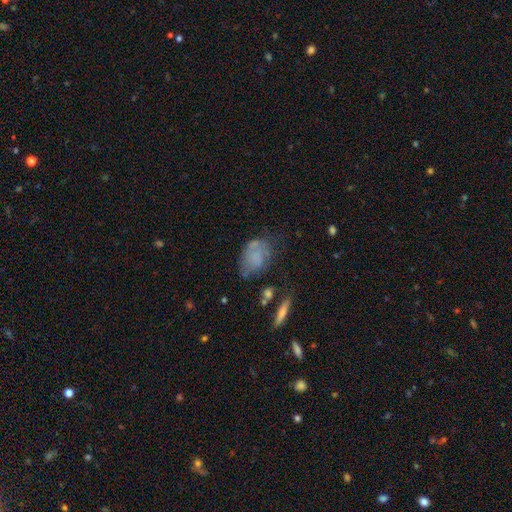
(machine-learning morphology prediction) smooth_or_featured: smooth (p=0.57) [alt: featured or disk p=0.31]
how_rounded: in between (p=0.82) [alt: round p=0.16]
merging: none (p=0.42) [alt: minor disturbance p=0.30]